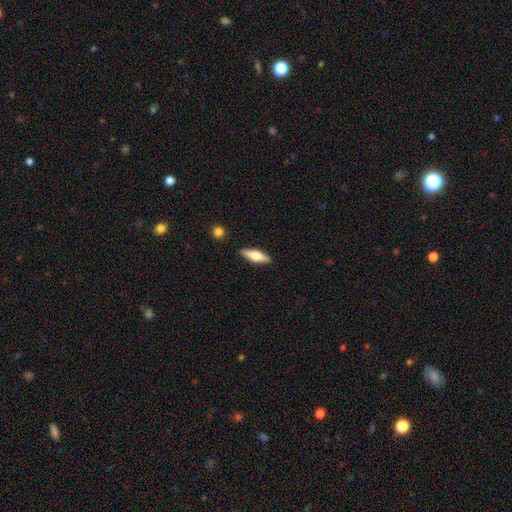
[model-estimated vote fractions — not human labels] Smooth or featured? smooth (55%)
How rounded? cigar-shaped (49%)
Merging? none (88%)